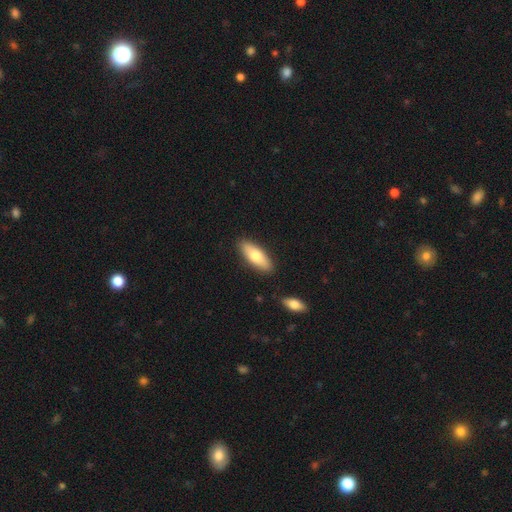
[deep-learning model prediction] smooth-or-featured: smooth: 71% | featured or disk: 24% | star or artifact: 5%
  how-rounded: in between: 70% | cigar-shaped: 28% | round: 2%
  merging: none: 87% | minor disturbance: 9% | merger: 2% | major disturbance: 2%